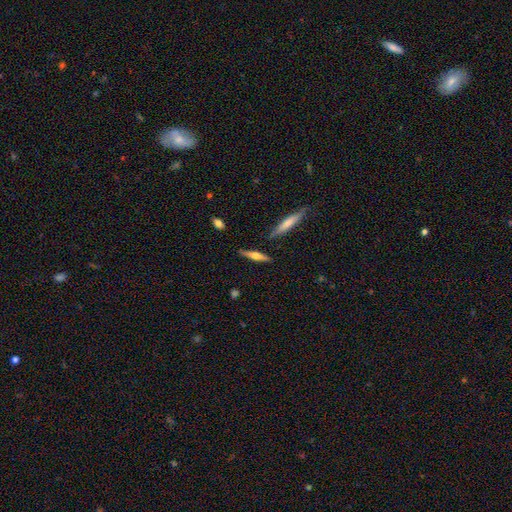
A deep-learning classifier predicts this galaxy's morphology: Smooth or featured? Predicted: featured or disk (p=0.58). Edge-on disk? Predicted: yes (p=0.96). Edge-on bulge? Predicted: rounded (p=0.87). Merging? Predicted: none (p=0.84).